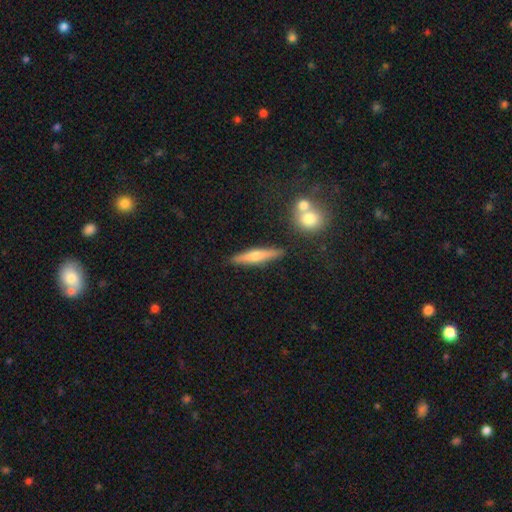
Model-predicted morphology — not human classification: Smooth or featured: featured or disk — 52% (smooth — 40%)
Edge-on disk: yes — 95% (no — 5%)
Merging: none — 86% (minor disturbance — 8%)